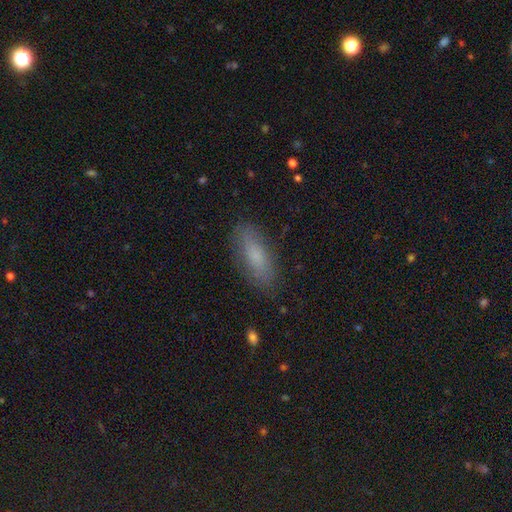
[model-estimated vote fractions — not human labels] A smooth galaxy with no disk features (74%) that is in between round and cigar-shaped (67%). Merging: none (84%).